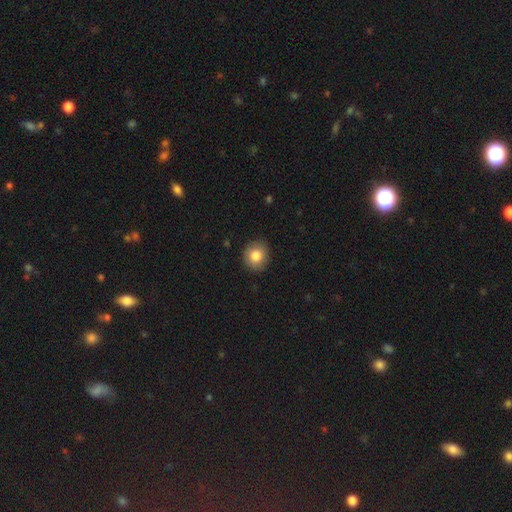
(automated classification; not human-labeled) Smooth or featured: smooth — 83% (star or artifact — 9%)
How rounded: round — 83% (in between — 16%)
Merging: none — 89% (minor disturbance — 9%)